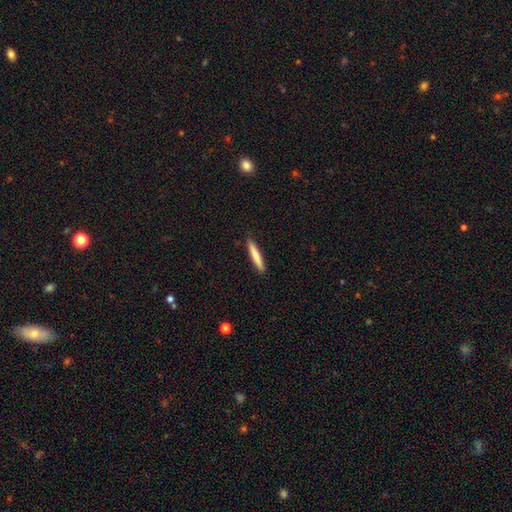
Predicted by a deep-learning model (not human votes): The model was most divided on "smooth or featured": smooth: 77%, featured or disk: 18%, star or artifact: 6%. More confident: how rounded — cigar-shaped (94%); merging — none (91%).